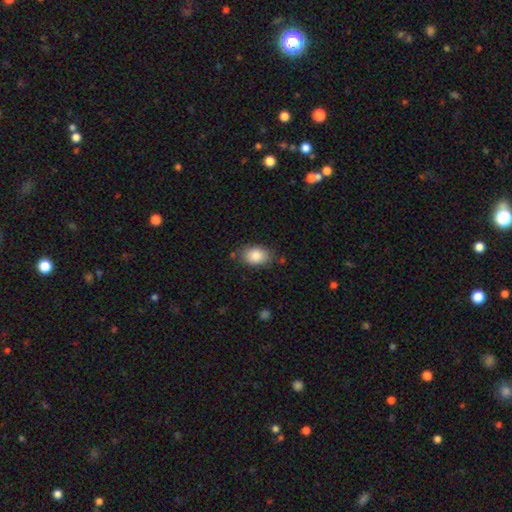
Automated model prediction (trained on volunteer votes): Q: Smooth or featured?
A: smooth (87%); runner-up: star or artifact (7%)
Q: How rounded?
A: in between (84%); runner-up: round (15%)
Q: Merging?
A: none (77%); runner-up: minor disturbance (16%)